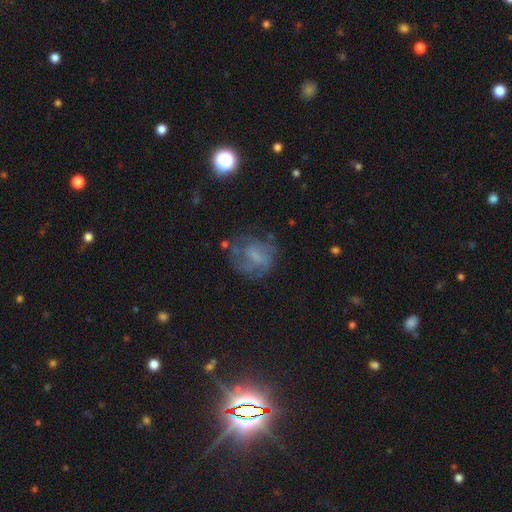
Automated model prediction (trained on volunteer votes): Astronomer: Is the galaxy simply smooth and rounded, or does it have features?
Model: featured or disk — 54% (runner-up: smooth, 31%).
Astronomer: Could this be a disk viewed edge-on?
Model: no — 97%.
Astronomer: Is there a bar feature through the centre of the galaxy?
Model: no — 46% (runner-up: weak, 41%).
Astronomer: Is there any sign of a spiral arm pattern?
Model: yes — 61% (runner-up: no, 39%).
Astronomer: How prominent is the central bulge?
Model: none — 48% (runner-up: small, 28%).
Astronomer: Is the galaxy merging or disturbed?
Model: none — 54%.